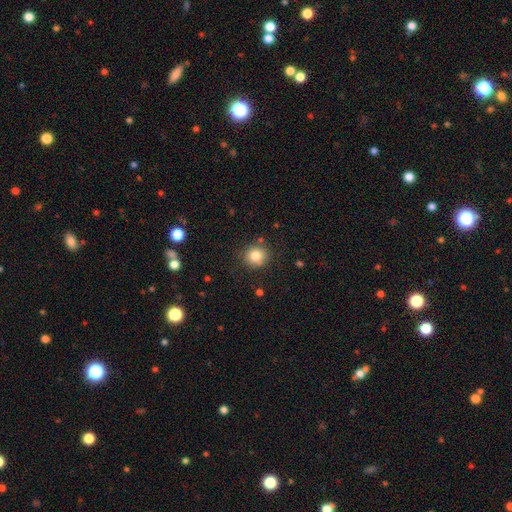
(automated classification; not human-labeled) Smooth or featured: smooth — 83% (star or artifact — 11%)
How rounded: round — 90% (in between — 9%)
Merging: none — 85% (minor disturbance — 10%)